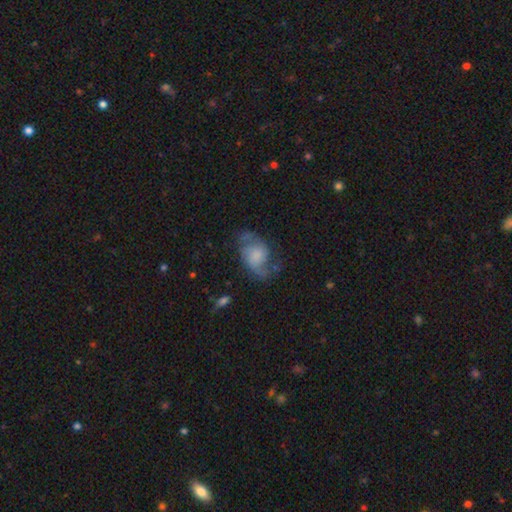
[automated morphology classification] A featured or disk galaxy (73%) with no bar (63%), 2 (89%) loose (45%) spiral arms (92%) and no central bulge (34%).

Vote fractions:
- Smooth or featured? featured or disk: 73% / smooth: 19% / star or artifact: 7%
- Edge-on disk? no: 97% / yes: 3%
- Bar? no: 63% / weak: 31% / strong: 5%
- Spiral arms? yes: 92% / no: 8%
- Spiral winding? loose: 45% / medium: 43% / tight: 12%
- Spiral arm count? 2: 89% / can't tell: 4% / 1: 3% / 3: 2% / 4: 1% / more than 4: 1%
- Bulge size? none: 34% / large: 25% / moderate: 19% / small: 17% / dominant: 5%
- Merging? none: 62% / minor disturbance: 21% / major disturbance: 15% / merger: 2%